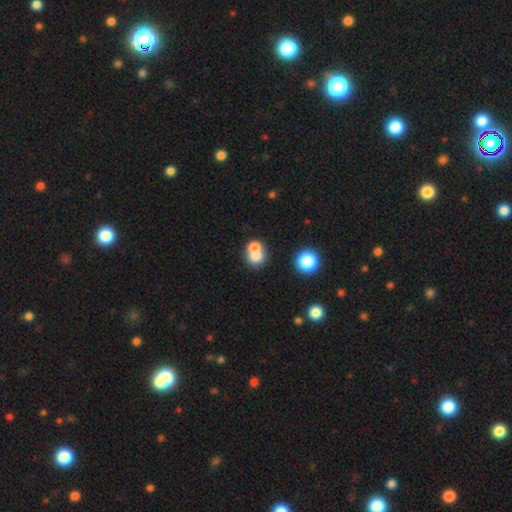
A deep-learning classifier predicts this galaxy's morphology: A smooth galaxy with no disk features (71%) that is round (76%). Merging: merger (55%).